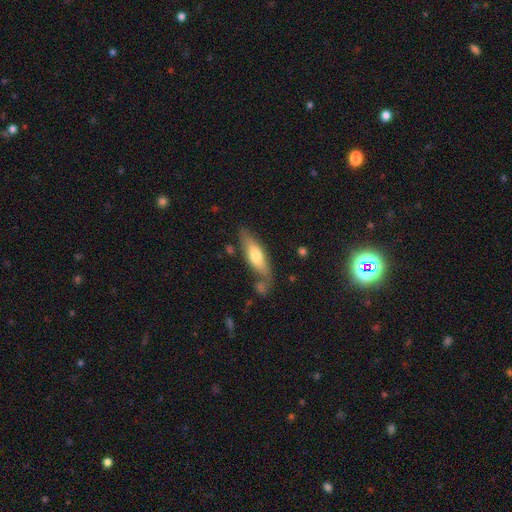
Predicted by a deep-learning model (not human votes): Overall: smooth (60%; featured or disk 34%). How rounded: cigar-shaped (50%; in between 48%). Merging: none (66%).